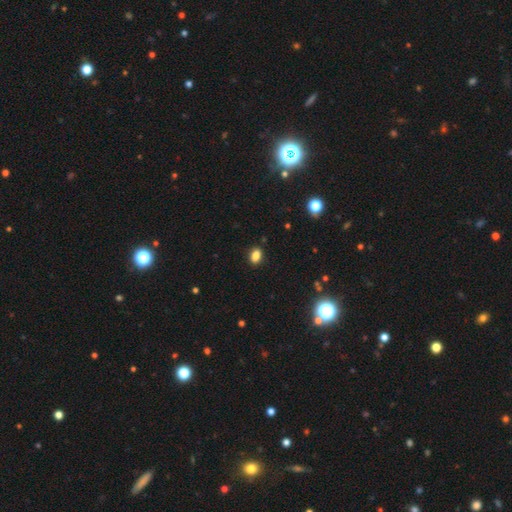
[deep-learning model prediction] Smooth or featured? smooth (83%)
How rounded? in between (80%)
Merging? none (89%)